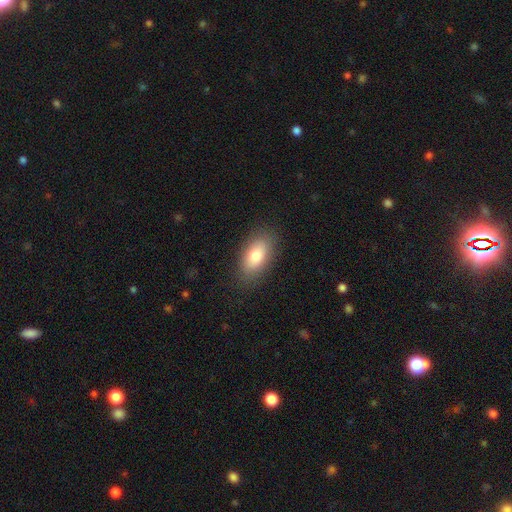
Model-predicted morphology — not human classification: This is likely a smooth galaxy (78%). How rounded: clearly in between (90%). Merging: clearly none (85%).